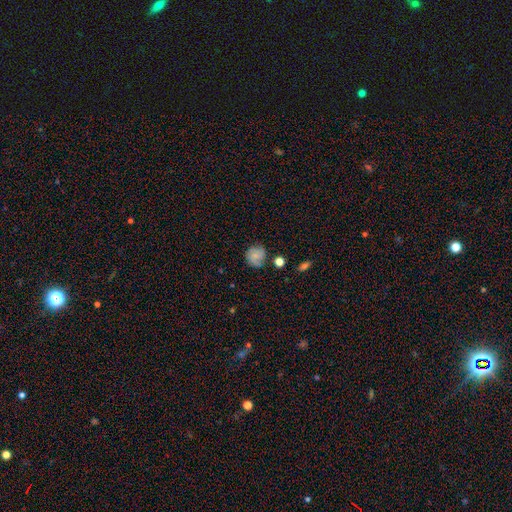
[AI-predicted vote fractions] A smooth galaxy with no disk features (57%) that is round (83%).

Vote fractions:
- Smooth or featured? smooth: 57% / featured or disk: 33% / star or artifact: 10%
- How rounded? round: 83% / in between: 16% / cigar-shaped: 1%
- Merging? none: 71% / minor disturbance: 19% / major disturbance: 6% / merger: 4%